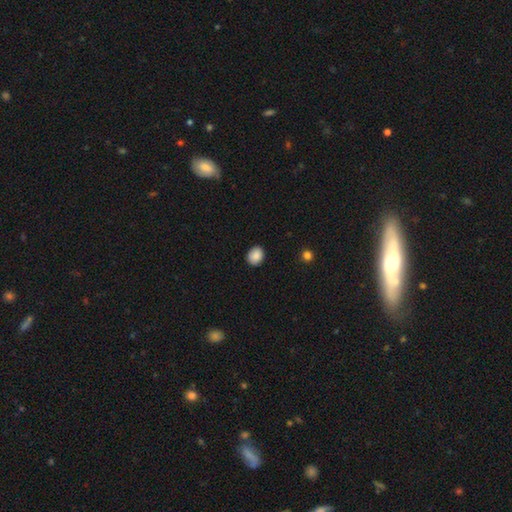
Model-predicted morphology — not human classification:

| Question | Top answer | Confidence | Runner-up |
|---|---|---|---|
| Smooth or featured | smooth | 88% | star or artifact (8%) |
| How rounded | round | 58% | in between (41%) |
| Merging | none | 88% | minor disturbance (9%) |